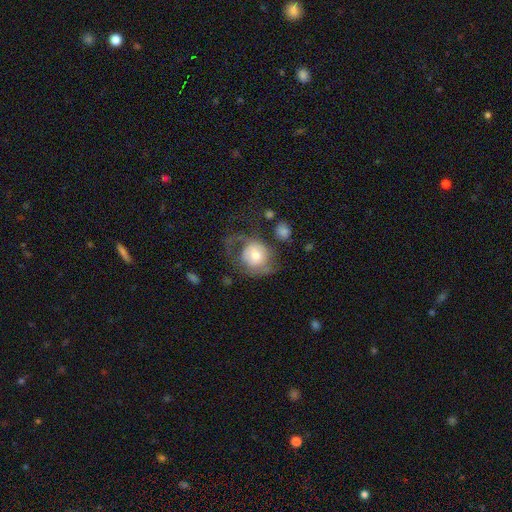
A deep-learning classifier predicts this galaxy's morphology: The model was most divided on "smooth or featured": smooth: 52%, featured or disk: 41%, star or artifact: 7%. Remaining: how rounded — round (71%); merging — major disturbance (46%).